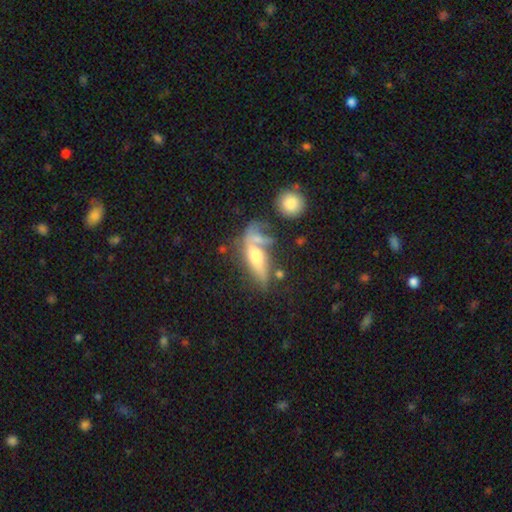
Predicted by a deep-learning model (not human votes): Smooth or featured? featured or disk (48%)
Merging? merger (34%, tied with none)